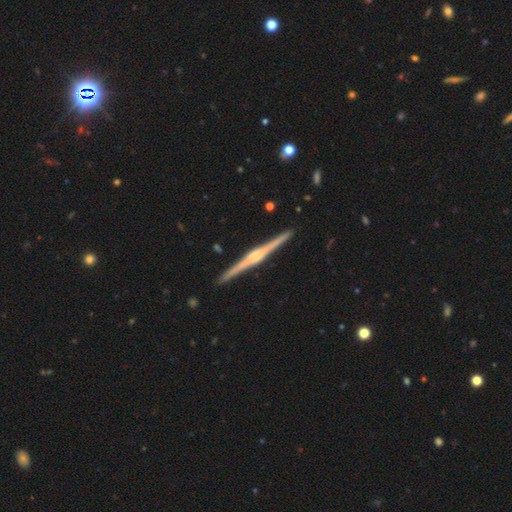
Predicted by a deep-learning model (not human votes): The model was most divided on "edge-on bulge": rounded: 61%, boxy: 28%, none: 11%. More confident: edge-on disk — yes (99%); merging — none (93%); smooth or featured — featured or disk (87%).